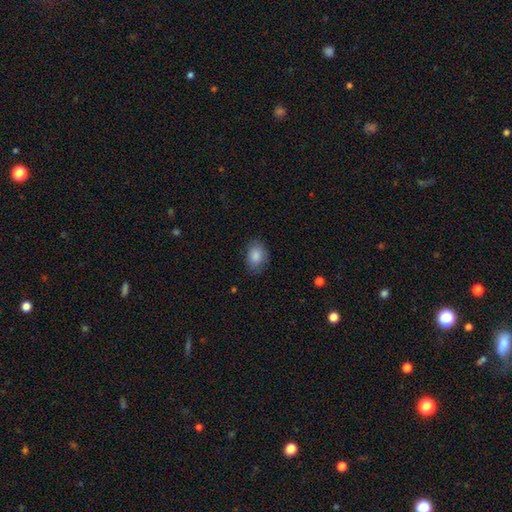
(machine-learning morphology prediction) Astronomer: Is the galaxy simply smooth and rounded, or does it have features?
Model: smooth — 86%.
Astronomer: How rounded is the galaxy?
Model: in between — 78%.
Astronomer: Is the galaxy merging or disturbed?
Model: none — 80%.